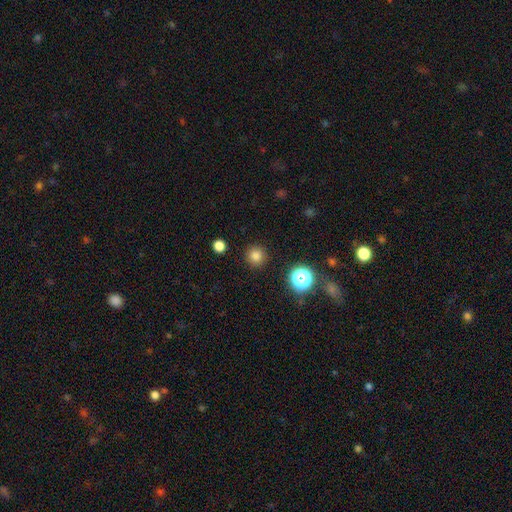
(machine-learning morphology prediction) Smooth or featured? Predicted: smooth (p=0.80). How rounded? Predicted: round (p=0.95). Merging? Predicted: none (p=0.91).